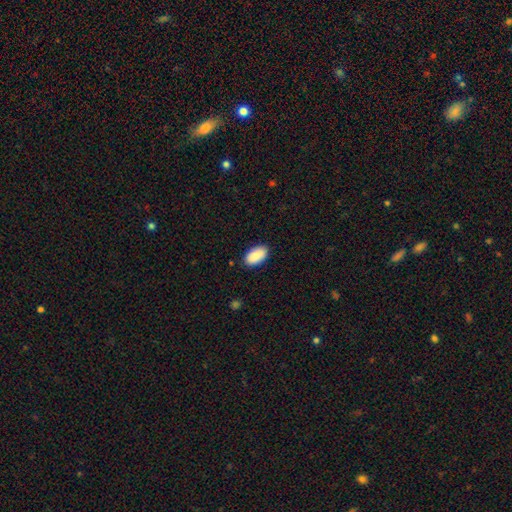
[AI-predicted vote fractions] smooth_or_featured: smooth (p=0.91) [alt: star or artifact p=0.06]
how_rounded: in between (p=0.95) [alt: round p=0.03]
merging: none (p=0.87) [alt: minor disturbance p=0.10]